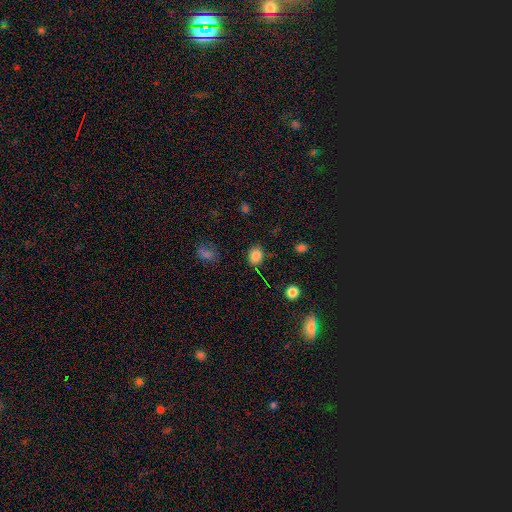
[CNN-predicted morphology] smooth 84%, star or artifact 12%, featured or disk 5%. Down the decision tree: how rounded — round (54%); merging — none (80%).